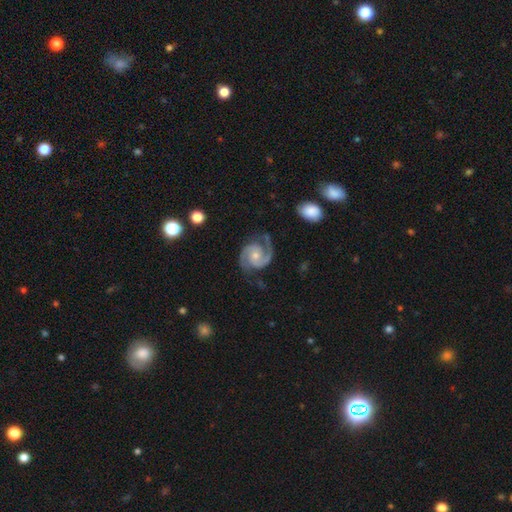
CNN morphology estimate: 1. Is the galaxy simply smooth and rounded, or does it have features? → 92% featured or disk, 4% star or artifact, 4% smooth.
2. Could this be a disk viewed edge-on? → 98% no, 2% yes.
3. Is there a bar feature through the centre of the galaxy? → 65% no, 28% weak, 7% strong.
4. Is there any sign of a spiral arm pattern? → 98% yes, 2% no.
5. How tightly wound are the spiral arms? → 55% medium, 33% tight, 12% loose.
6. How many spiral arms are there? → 93% 2, 2% can't tell, 2% 3, 1% 1, 1% 4, 1% more than 4.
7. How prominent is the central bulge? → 49% small, 45% moderate, 3% none, 2% large, 1% dominant.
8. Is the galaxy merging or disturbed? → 76% none, 16% minor disturbance, 6% major disturbance, 2% merger.